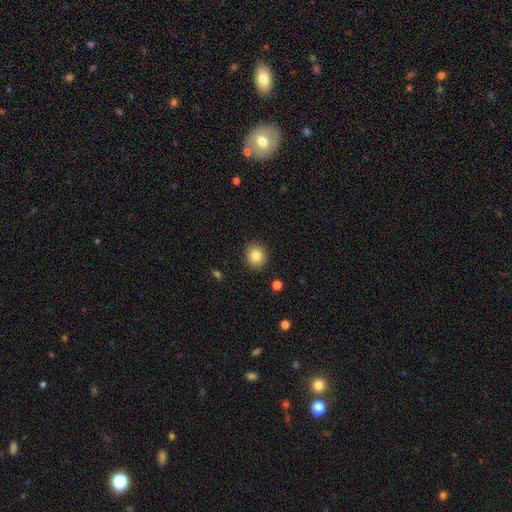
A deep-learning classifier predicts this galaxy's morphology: A smooth galaxy with no disk features (84%) that is round (73%).

Vote fractions:
- Smooth or featured? smooth: 84% / star or artifact: 10% / featured or disk: 7%
- How rounded? round: 73% / in between: 26% / cigar-shaped: 1%
- Merging? none: 89% / minor disturbance: 7% / major disturbance: 2% / merger: 1%